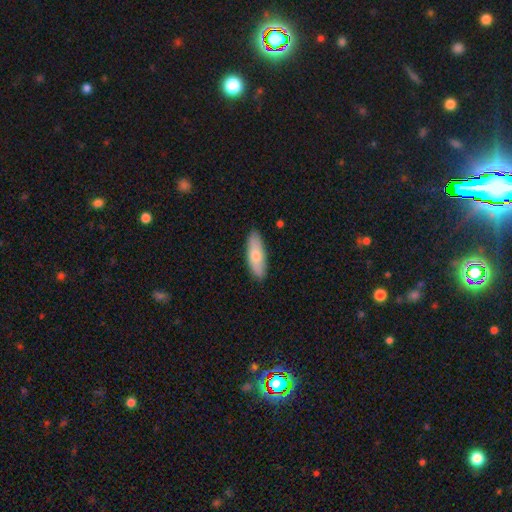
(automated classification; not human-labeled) Overall: smooth (71%). How rounded: in between (59%; cigar-shaped 38%). Merging: none (88%).